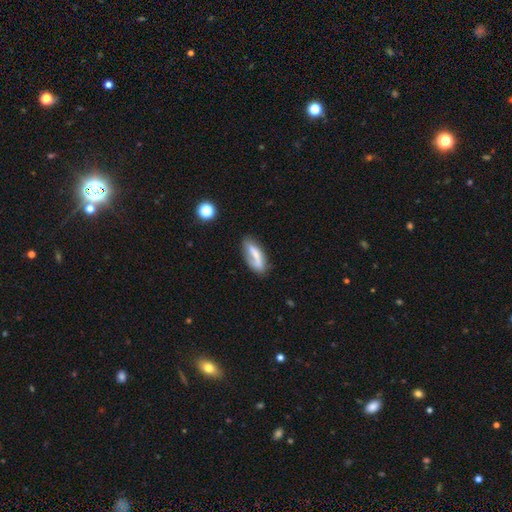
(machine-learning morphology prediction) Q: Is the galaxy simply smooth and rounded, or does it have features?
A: smooth — 57%.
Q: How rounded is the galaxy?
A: in between — 65%.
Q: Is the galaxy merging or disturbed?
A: none — 59%.